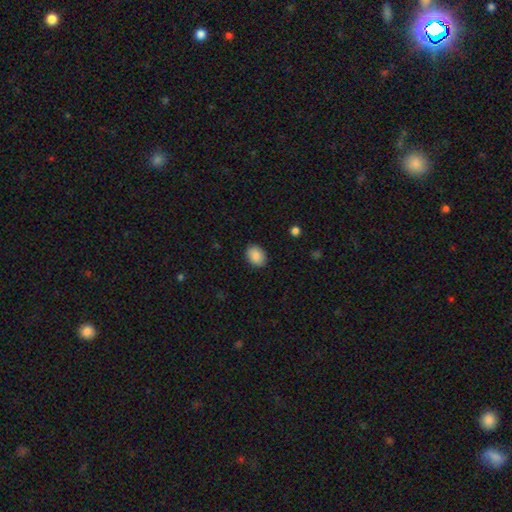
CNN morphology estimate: Q: Smooth or featured?
A: smooth (89%); runner-up: star or artifact (7%)
Q: How rounded?
A: in between (74%); runner-up: round (25%)
Q: Merging?
A: none (89%); runner-up: minor disturbance (8%)